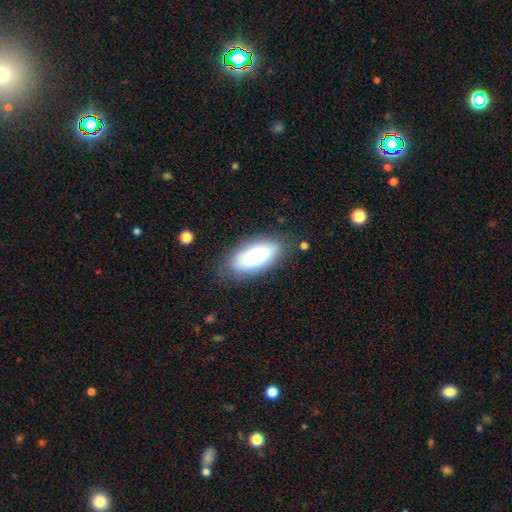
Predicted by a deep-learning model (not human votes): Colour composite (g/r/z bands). It shows a smooth galaxy with no disk features (81%) that is in between round and cigar-shaped (86%). Merging: none (78%).